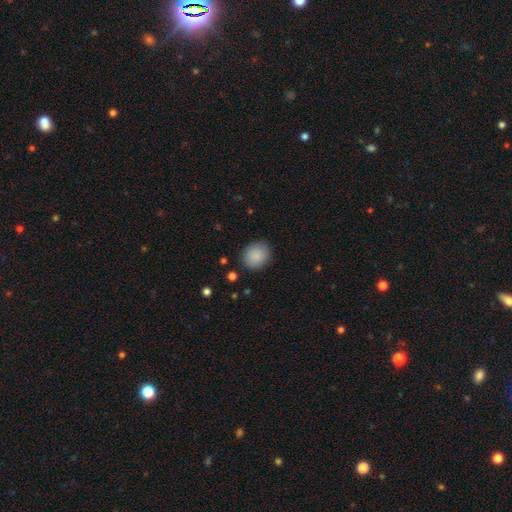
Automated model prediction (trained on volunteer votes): Smooth or featured? Predicted: smooth (p=0.89). How rounded? Predicted: round (p=0.69). Merging? Predicted: none (p=0.86).